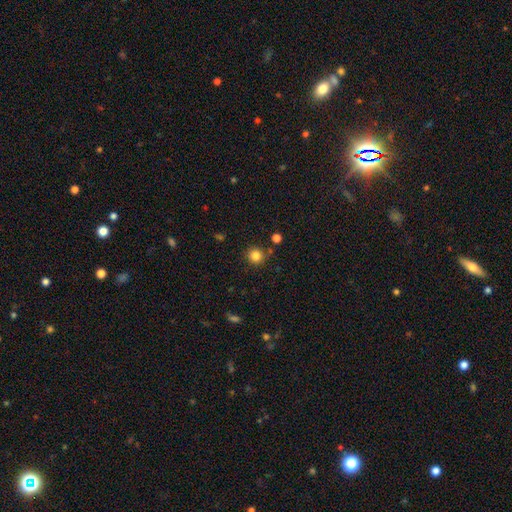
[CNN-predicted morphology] This is clearly a smooth galaxy (84%). How rounded: clearly round (93%). Merging: clearly none (85%).